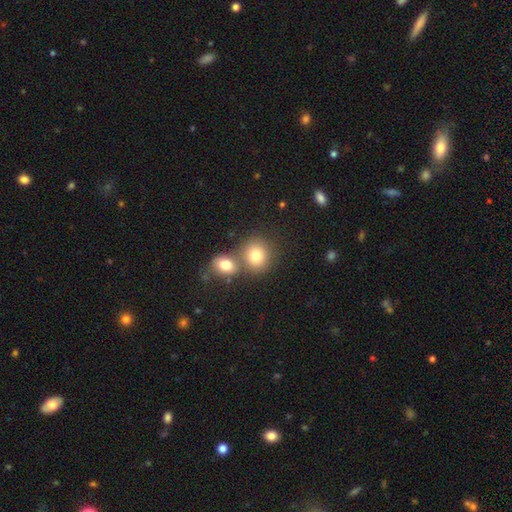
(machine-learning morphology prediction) Smooth or featured? smooth (80%)
How rounded? round (75%)
Merging? none (51%)